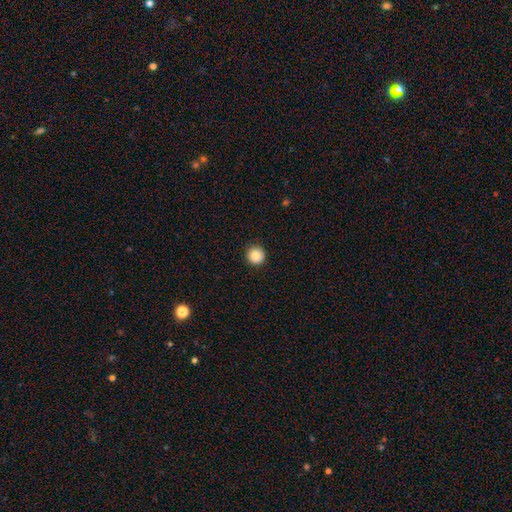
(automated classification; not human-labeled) Smooth or featured? smooth (87%)
How rounded? round (96%)
Merging? none (92%)